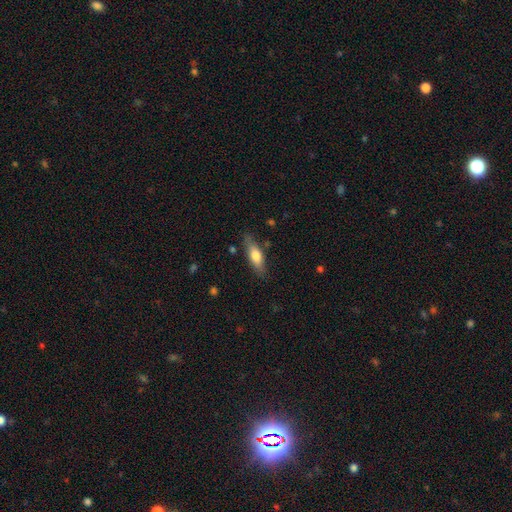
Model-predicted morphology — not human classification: Smooth or featured? smooth (69%)
How rounded? in between (56%)
Merging? none (79%)